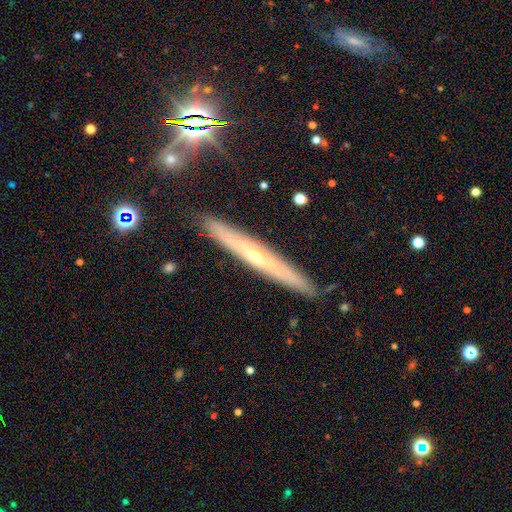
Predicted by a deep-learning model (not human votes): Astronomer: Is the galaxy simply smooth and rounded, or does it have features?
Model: featured or disk — 66%.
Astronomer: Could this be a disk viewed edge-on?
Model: yes — 91%.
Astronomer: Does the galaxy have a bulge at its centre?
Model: rounded — 69%.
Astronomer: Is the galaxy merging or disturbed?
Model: none — 89%.